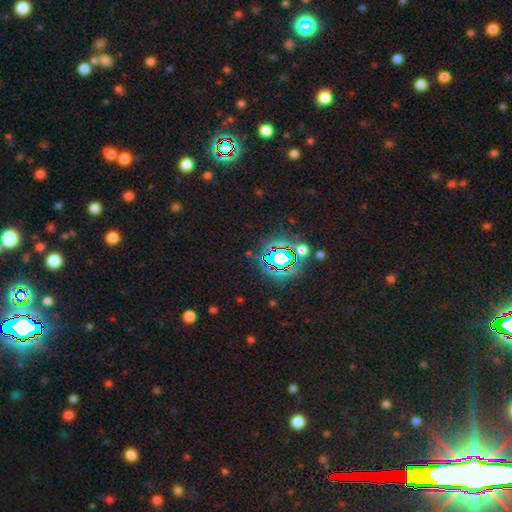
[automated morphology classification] Smooth or featured? star or artifact (77%)